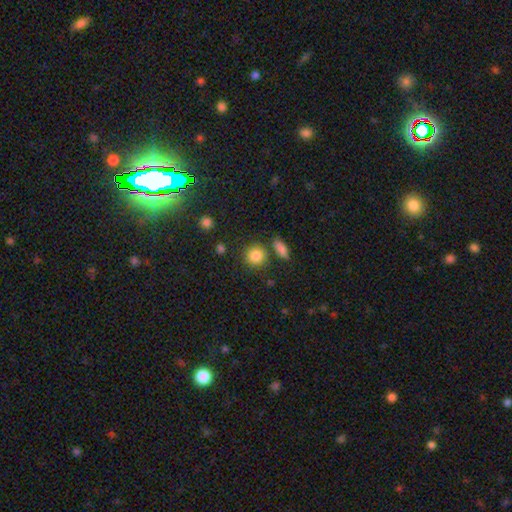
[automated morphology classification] This appears to be a smooth galaxy with no disk features (85%) that is round (85%). Merging: none (77%).